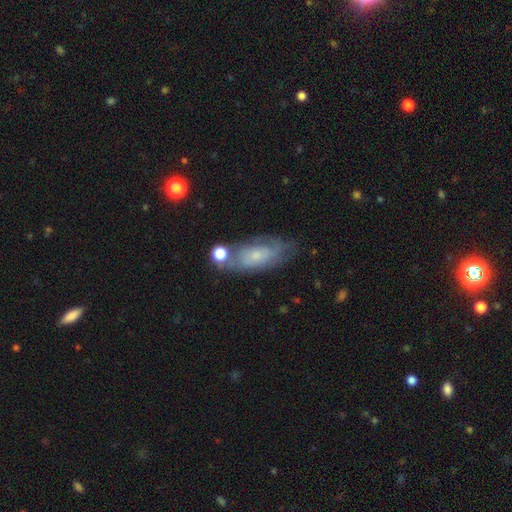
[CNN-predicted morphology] smooth_or_featured: featured or disk (p=0.57) [alt: smooth p=0.34]
disk_edge_on: no (p=0.88) [alt: yes p=0.12]
bar: no (p=0.77) [alt: weak p=0.20]
has_spiral_arms: yes (p=0.73) [alt: no p=0.27]
bulge_size: small (p=0.71) [alt: moderate p=0.20]
merging: none (p=0.60) [alt: minor disturbance p=0.23]